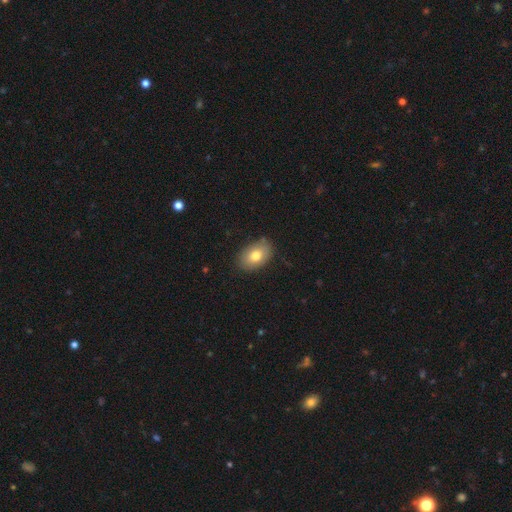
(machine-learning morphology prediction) smooth_or_featured: smooth (p=0.78) [alt: featured or disk p=0.14]
how_rounded: in between (p=0.86) [alt: round p=0.13]
merging: none (p=0.84) [alt: minor disturbance p=0.13]